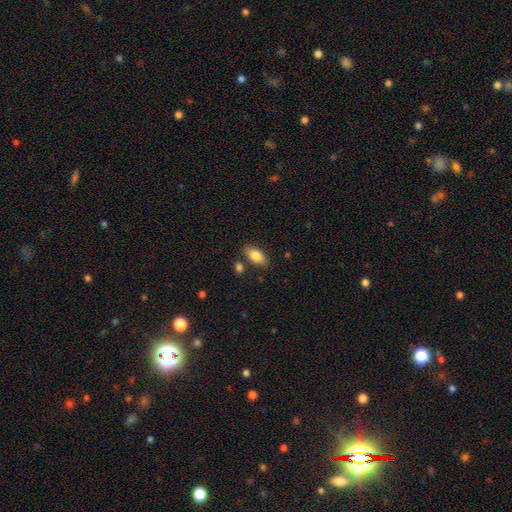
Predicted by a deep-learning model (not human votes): The model was most divided on "smooth or featured": smooth: 81%, featured or disk: 12%, star or artifact: 7%. More confident: how rounded — in between (87%); merging — none (81%).